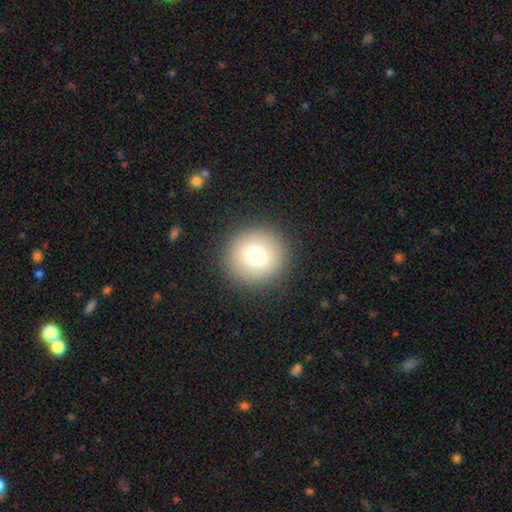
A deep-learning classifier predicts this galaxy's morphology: A smooth galaxy with no disk features (72%) that is round (95%).

Vote fractions:
- Smooth or featured? smooth: 72% / star or artifact: 15% / featured or disk: 13%
- How rounded? round: 95% / in between: 4% / cigar-shaped: 1%
- Merging? none: 91% / minor disturbance: 5% / major disturbance: 3% / merger: 1%